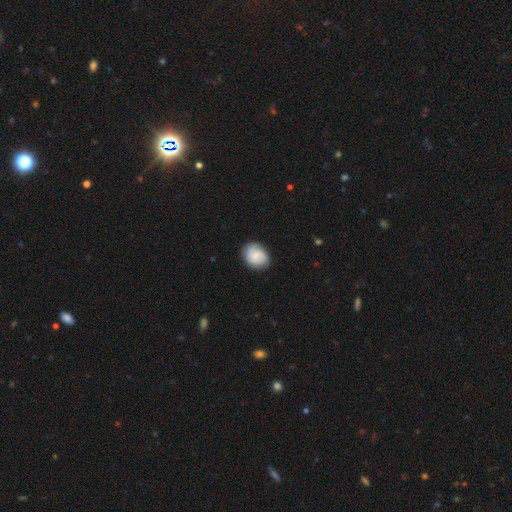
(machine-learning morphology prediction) Q: Smooth or featured?
A: smooth (61%); runner-up: featured or disk (31%)
Q: How rounded?
A: round (52%); runner-up: in between (47%)
Q: Merging?
A: none (79%); runner-up: minor disturbance (16%)